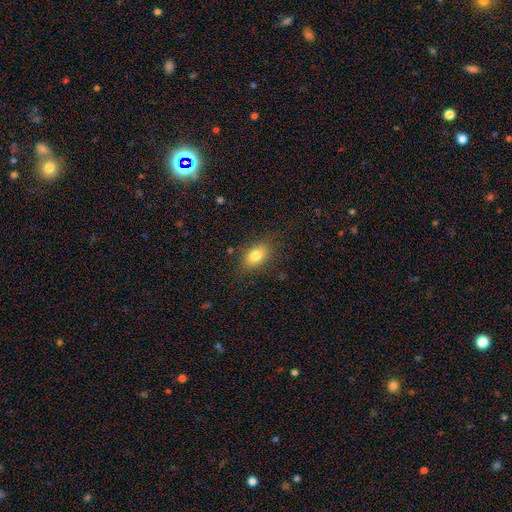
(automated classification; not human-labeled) smooth_or_featured: smooth (p=0.81) [alt: featured or disk p=0.10]
how_rounded: in between (p=0.85) [alt: round p=0.11]
merging: none (p=0.81) [alt: minor disturbance p=0.14]